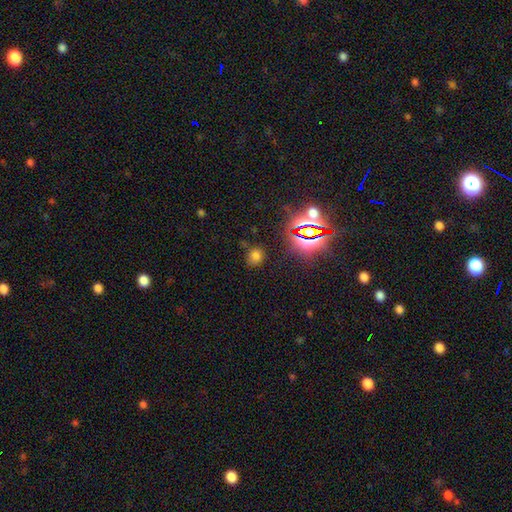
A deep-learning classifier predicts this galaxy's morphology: smooth_or_featured: smooth (p=0.65) [alt: star or artifact p=0.28]
how_rounded: round (p=0.76) [alt: in between p=0.23]
merging: none (p=0.80) [alt: minor disturbance p=0.12]